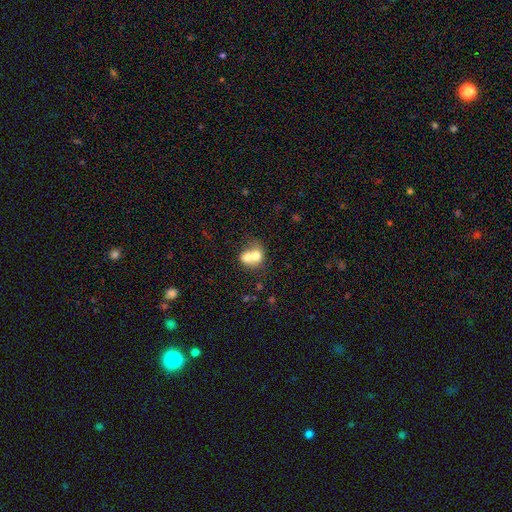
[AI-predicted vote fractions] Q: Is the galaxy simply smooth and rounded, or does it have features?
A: smooth — 66%.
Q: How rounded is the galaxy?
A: round — 58%.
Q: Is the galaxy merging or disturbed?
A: merger — 75%.